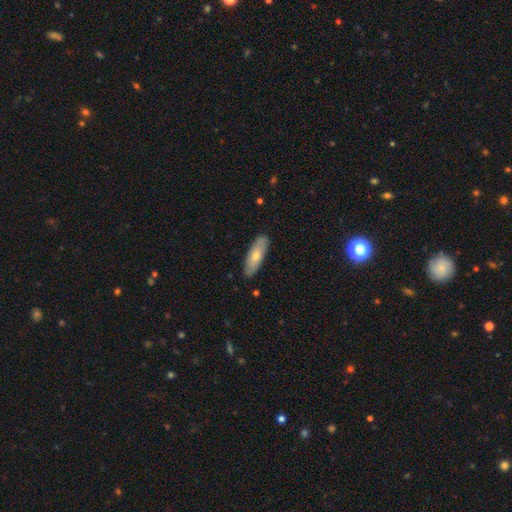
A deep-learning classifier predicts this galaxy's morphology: smooth-or-featured: smooth: 62% | featured or disk: 32% | star or artifact: 6%
  how-rounded: in between: 60% | cigar-shaped: 38% | round: 2%
  merging: none: 87% | minor disturbance: 10% | major disturbance: 2% | merger: 1%